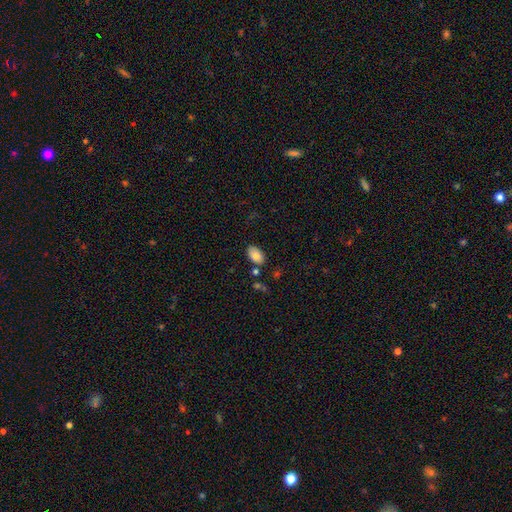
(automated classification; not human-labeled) smooth-or-featured: smooth: 83% | featured or disk: 10% | star or artifact: 7%
  how-rounded: in between: 93% | round: 6% | cigar-shaped: 1%
  merging: none: 80% | minor disturbance: 12% | merger: 5% | major disturbance: 3%